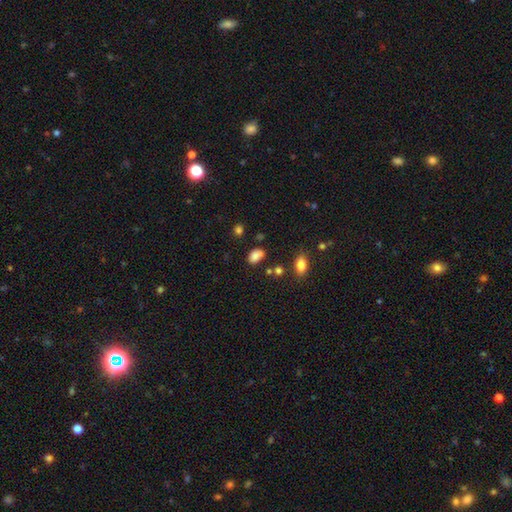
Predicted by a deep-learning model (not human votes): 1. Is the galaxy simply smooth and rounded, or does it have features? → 83% smooth, 10% star or artifact, 7% featured or disk.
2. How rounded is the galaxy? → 86% in between, 12% round, 2% cigar-shaped.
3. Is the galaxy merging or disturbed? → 62% none, 23% minor disturbance, 9% merger, 7% major disturbance.